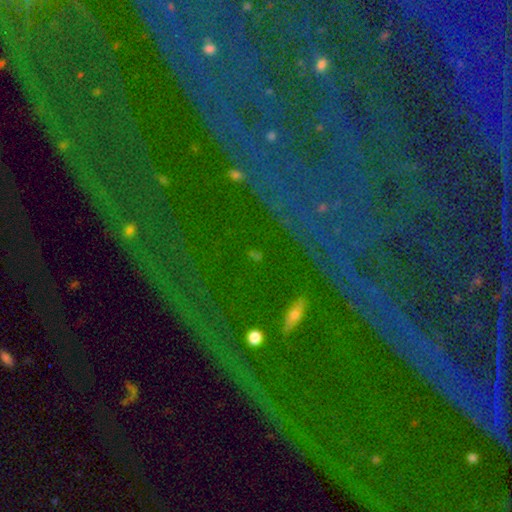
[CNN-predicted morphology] This is clearly a star or artifact rather than a galaxy (81%).